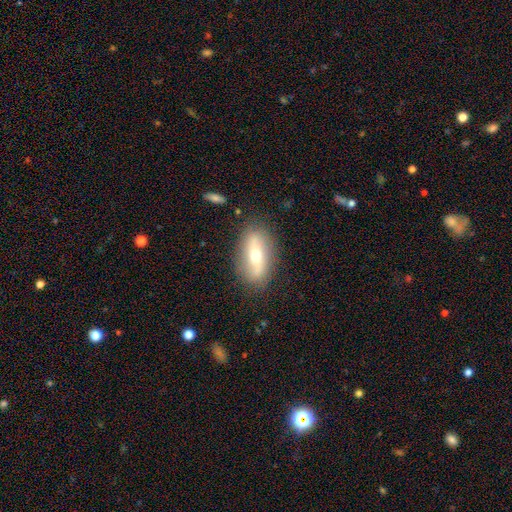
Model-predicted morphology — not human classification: smooth-or-featured: featured or disk: 51% | smooth: 42% | star or artifact: 8%
  disk-edge-on: no: 70% | yes: 30%
  merging: none: 82% | minor disturbance: 12% | major disturbance: 4% | merger: 2%